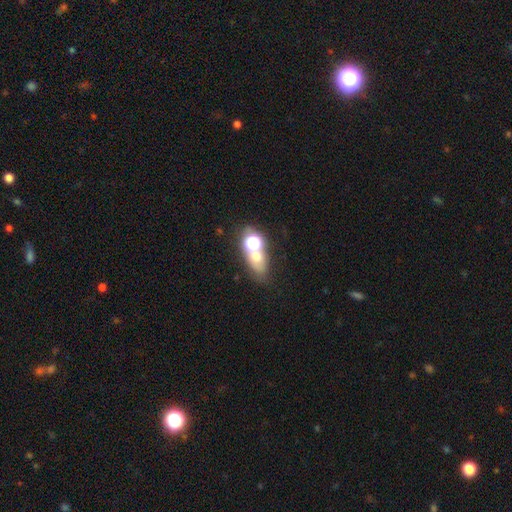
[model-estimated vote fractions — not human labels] This is possibly a smooth galaxy (55%). How rounded: possibly in between (57%). Merging: possibly none (46%).